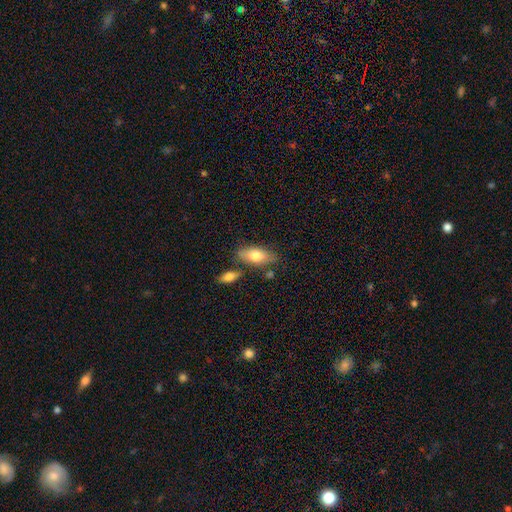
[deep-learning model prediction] Smooth or featured: smooth — 75% (featured or disk — 19%)
How rounded: in between — 84% (cigar-shaped — 13%)
Merging: none — 69% (minor disturbance — 16%)